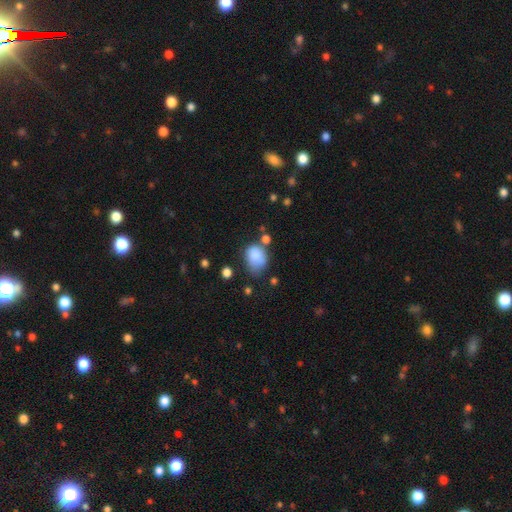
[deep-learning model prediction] Smooth or featured? smooth (82%)
How rounded? in between (66%)
Merging? none (38%)